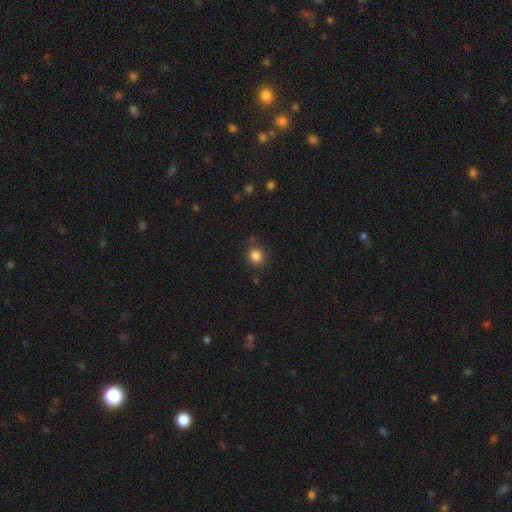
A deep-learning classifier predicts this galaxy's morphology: This is clearly a smooth galaxy (84%). How rounded: clearly round (86%). Merging: clearly none (81%).